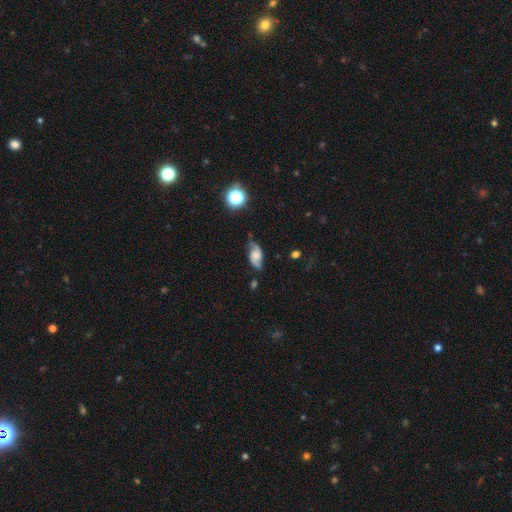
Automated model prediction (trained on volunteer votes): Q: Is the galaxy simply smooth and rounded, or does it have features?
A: featured or disk — 72%.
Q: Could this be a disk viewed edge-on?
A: no — 94%.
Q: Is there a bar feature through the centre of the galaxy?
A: no — 53%.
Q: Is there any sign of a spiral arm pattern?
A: yes — 94%.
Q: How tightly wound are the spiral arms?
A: loose — 48%.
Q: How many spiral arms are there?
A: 2 — 91%.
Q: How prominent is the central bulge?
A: none — 29%.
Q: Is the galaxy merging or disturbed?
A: none — 71%.